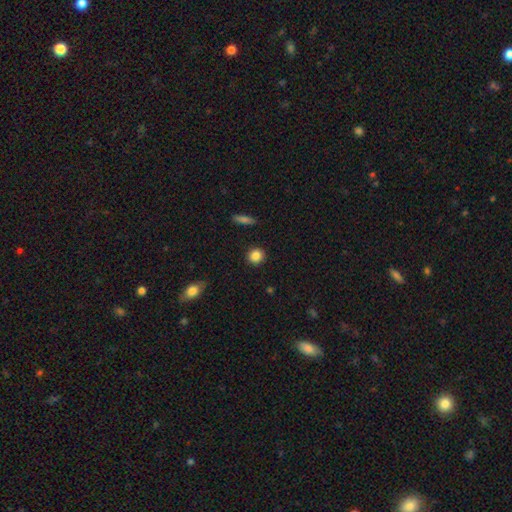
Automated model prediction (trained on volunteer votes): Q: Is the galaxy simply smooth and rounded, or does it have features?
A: smooth — 86%.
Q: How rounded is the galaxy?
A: round — 89%.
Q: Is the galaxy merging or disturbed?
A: none — 91%.